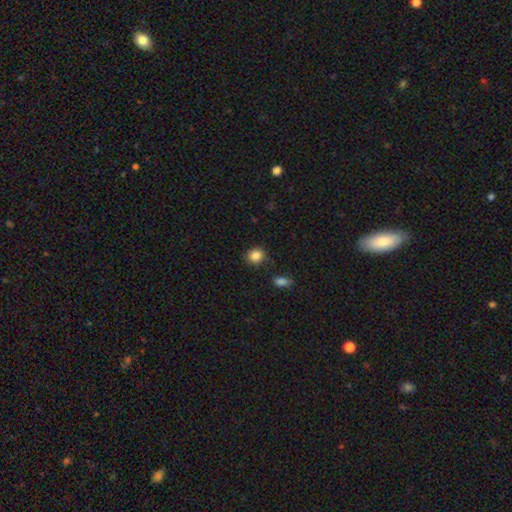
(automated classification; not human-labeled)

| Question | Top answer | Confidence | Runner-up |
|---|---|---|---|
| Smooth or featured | smooth | 86% | star or artifact (10%) |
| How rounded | round | 80% | in between (19%) |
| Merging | none | 81% | minor disturbance (13%) |